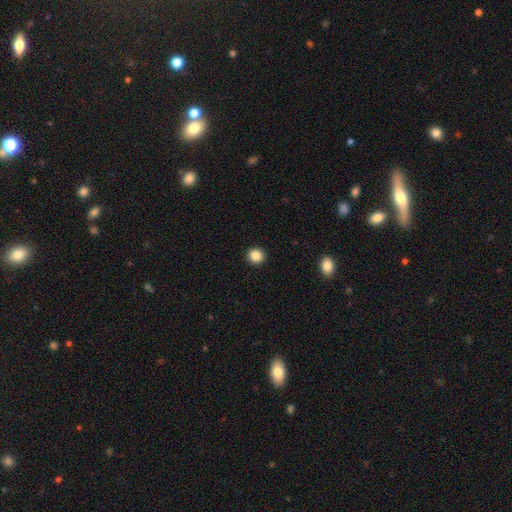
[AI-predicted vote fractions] Morphology: type=smooth (87%); roundness=round (93%); merging=none (93%).